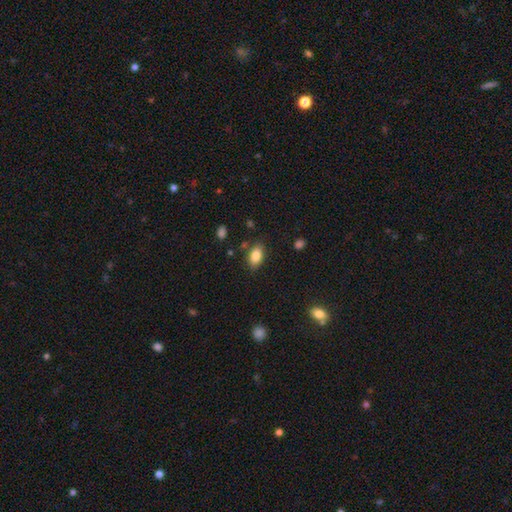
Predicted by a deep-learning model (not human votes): smooth-or-featured: smooth: 85% | star or artifact: 8% | featured or disk: 7%
  how-rounded: in between: 90% | round: 6% | cigar-shaped: 3%
  merging: none: 82% | minor disturbance: 12% | major disturbance: 3% | merger: 2%